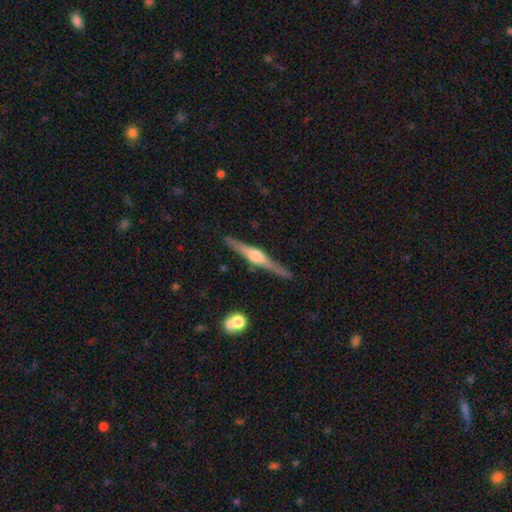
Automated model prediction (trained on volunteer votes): featured or disk 80%, smooth 14%, star or artifact 5%. Down the decision tree: edge-on disk — yes (98%); edge-on bulge — rounded (86%); merging — none (89%).